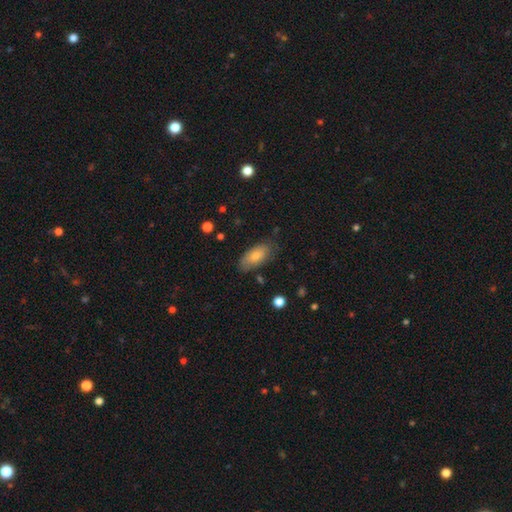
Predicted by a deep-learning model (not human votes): Smooth or featured: smooth — 68% (featured or disk — 24%)
How rounded: in between — 87% (cigar-shaped — 9%)
Merging: none — 76% (minor disturbance — 18%)